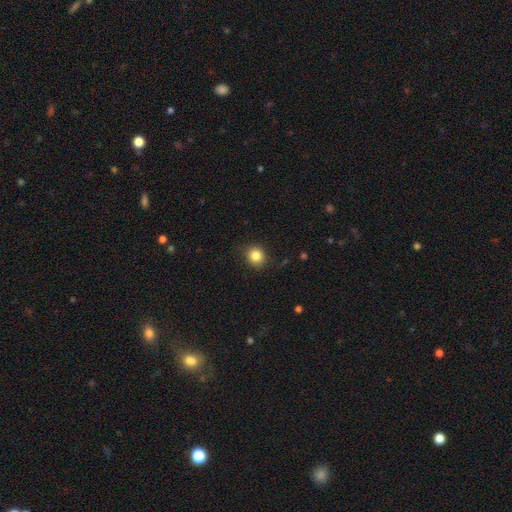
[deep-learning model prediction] Smooth or featured? Predicted: smooth (p=0.84). How rounded? Predicted: round (p=0.80). Merging? Predicted: none (p=0.85).